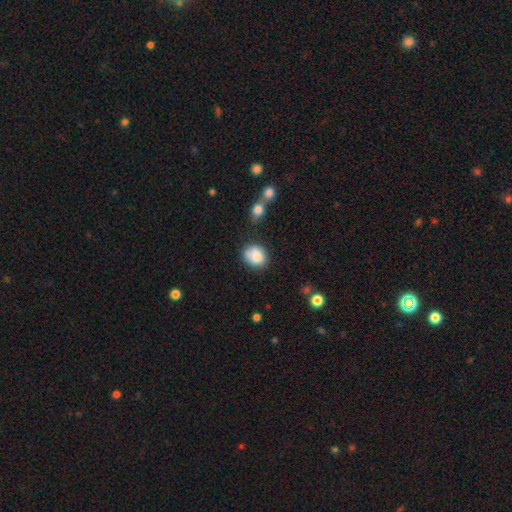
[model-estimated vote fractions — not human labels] Q: Smooth or featured?
A: smooth (82%); runner-up: featured or disk (10%)
Q: How rounded?
A: round (53%); runner-up: in between (46%)
Q: Merging?
A: none (56%); runner-up: minor disturbance (23%)